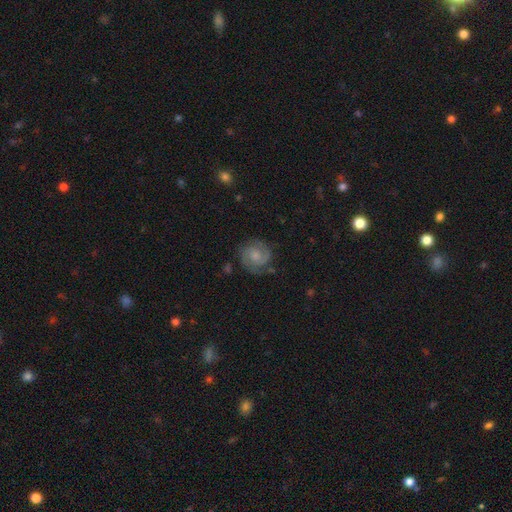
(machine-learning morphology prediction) smooth-or-featured: featured or disk: 67% | smooth: 26% | star or artifact: 7%
  disk-edge-on: no: 98% | yes: 2%
    bar: no: 69% | weak: 27% | strong: 4%
    has-spiral-arms: yes: 92% | no: 8%
      spiral-winding: tight: 50% | medium: 38% | loose: 12%
      spiral-arm-count: 2: 70% | can't tell: 14% | 3: 8% | 1: 5% | 4: 2% | more than 4: 2%
    bulge-size: small: 43% | moderate: 41% | none: 10% | large: 5% | dominant: 1%
  merging: none: 72% | minor disturbance: 19% | major disturbance: 8% | merger: 2%